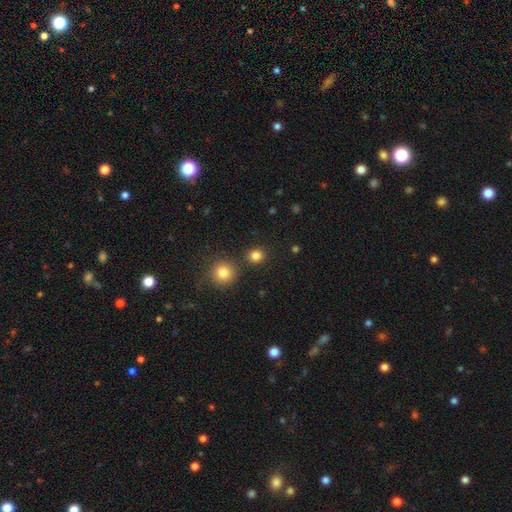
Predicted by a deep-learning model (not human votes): A smooth galaxy with no disk features (84%) that is round (85%).

Vote fractions:
- Smooth or featured? smooth: 84% / star or artifact: 12% / featured or disk: 4%
- How rounded? round: 85% / in between: 14% / cigar-shaped: 1%
- Merging? none: 85% / minor disturbance: 6% / merger: 6% / major disturbance: 3%